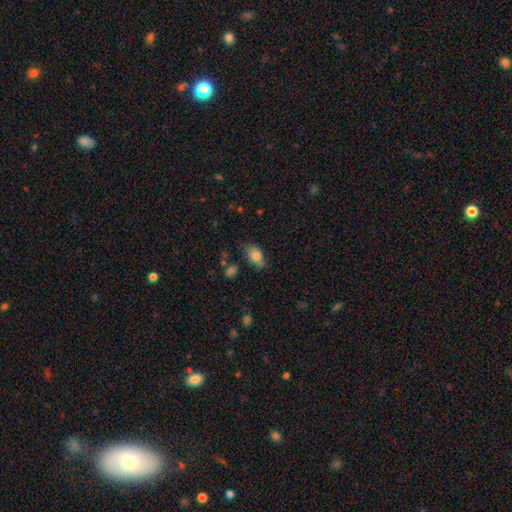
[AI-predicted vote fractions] Smooth or featured: smooth — 82% (featured or disk — 10%)
How rounded: in between — 87% (round — 10%)
Merging: none — 60% (minor disturbance — 29%)